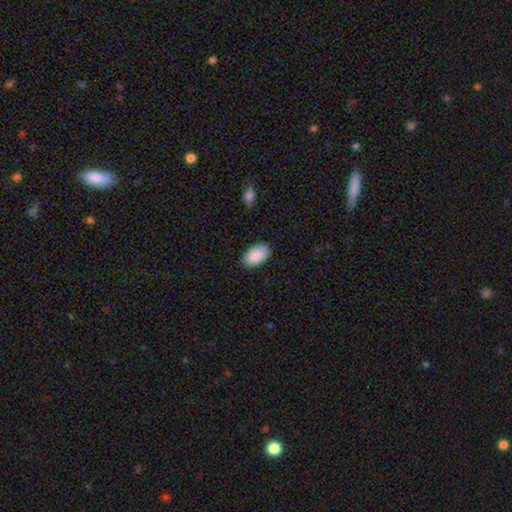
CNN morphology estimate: Smooth or featured: smooth — 89% (star or artifact — 6%)
How rounded: in between — 95% (round — 4%)
Merging: none — 85% (minor disturbance — 11%)